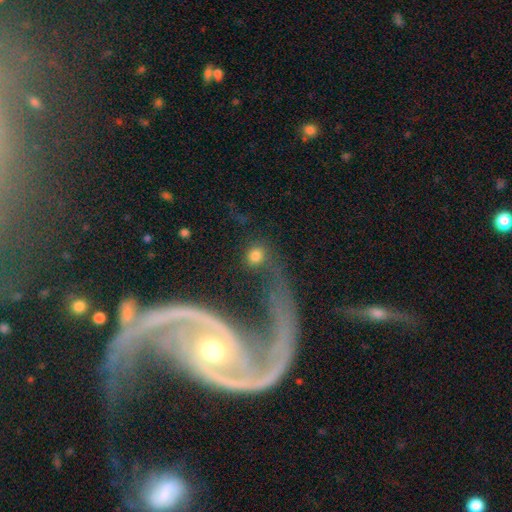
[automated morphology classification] type=smooth (76%); roundness=round (85%); merging=none (65%).